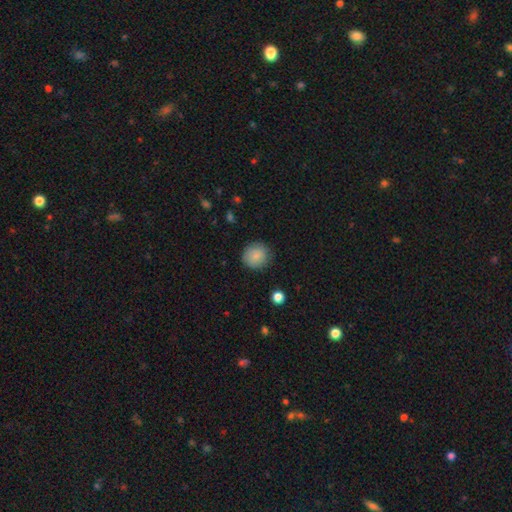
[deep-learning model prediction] Smooth or featured? smooth (87%)
How rounded? round (91%)
Merging? none (86%)